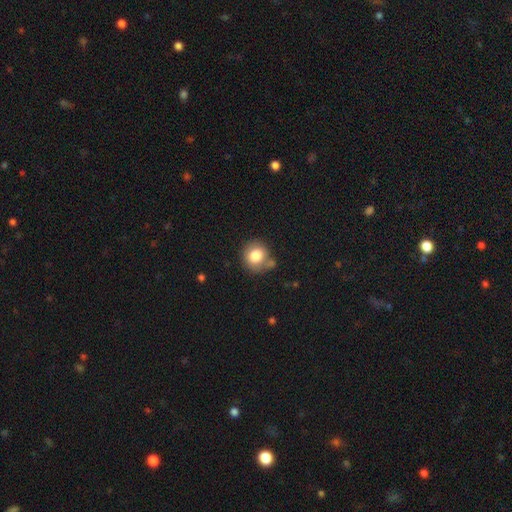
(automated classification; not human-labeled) Q: Smooth or featured?
A: smooth (81%); runner-up: featured or disk (10%)
Q: How rounded?
A: round (84%); runner-up: in between (15%)
Q: Merging?
A: none (71%); runner-up: minor disturbance (15%)